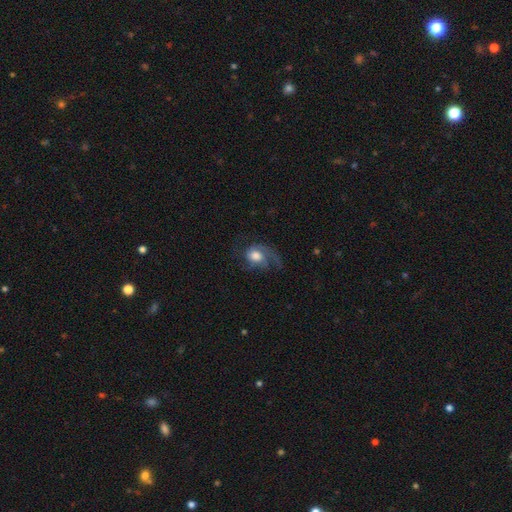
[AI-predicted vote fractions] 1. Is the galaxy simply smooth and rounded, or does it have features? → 64% featured or disk, 28% smooth, 8% star or artifact.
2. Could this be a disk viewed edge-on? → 97% no, 3% yes.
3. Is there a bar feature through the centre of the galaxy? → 71% no, 24% weak, 4% strong.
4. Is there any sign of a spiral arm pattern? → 90% yes, 10% no.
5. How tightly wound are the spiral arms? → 42% medium, 41% loose, 17% tight.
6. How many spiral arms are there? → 41% 2, 31% 1, 11% can't tell, 11% 3, 3% 4, 3% more than 4.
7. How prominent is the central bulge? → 47% large, 34% moderate, 9% dominant, 6% small, 4% none.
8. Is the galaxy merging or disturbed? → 44% none, 34% major disturbance, 20% minor disturbance, 2% merger.